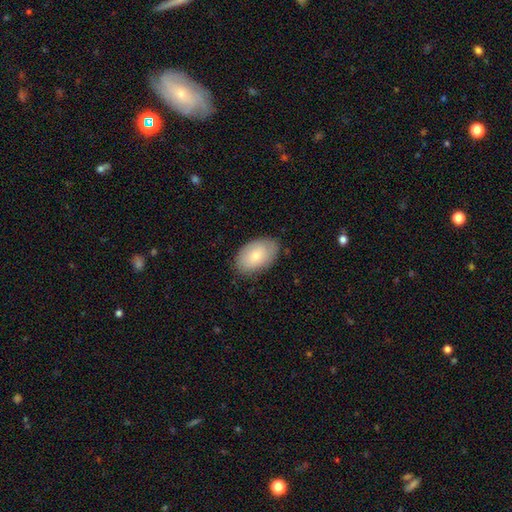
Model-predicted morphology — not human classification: This appears to be a smooth galaxy with no disk features (76%) that is in between round and cigar-shaped (92%). Merging: none (81%).